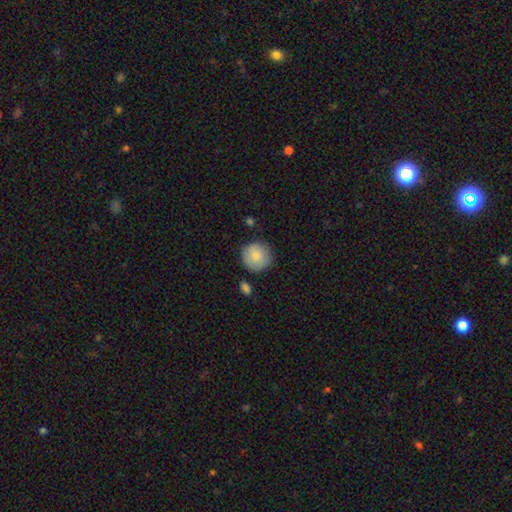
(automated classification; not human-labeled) Smooth or featured?
  - smooth: 83% *
  - featured or disk: 10%
  - star or artifact: 7%
How rounded?
  - round: 94% *
  - in between: 5%
  - cigar-shaped: 1%
Merging?
  - none: 79% *
  - minor disturbance: 14%
  - merger: 3%
  - major disturbance: 3%